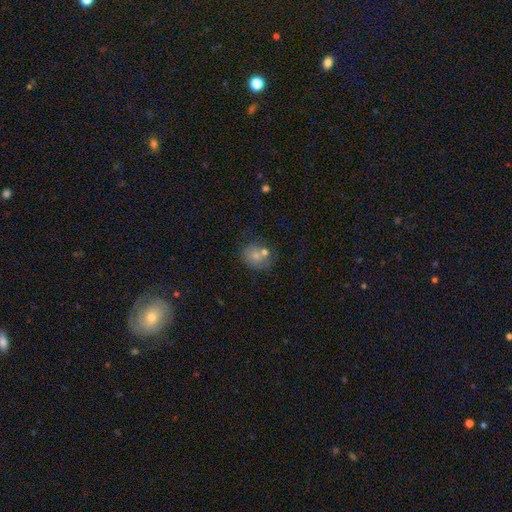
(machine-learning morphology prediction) Smooth or featured? Predicted: smooth (p=0.68). How rounded? Predicted: round (p=0.70). Merging? Predicted: none (p=0.47).